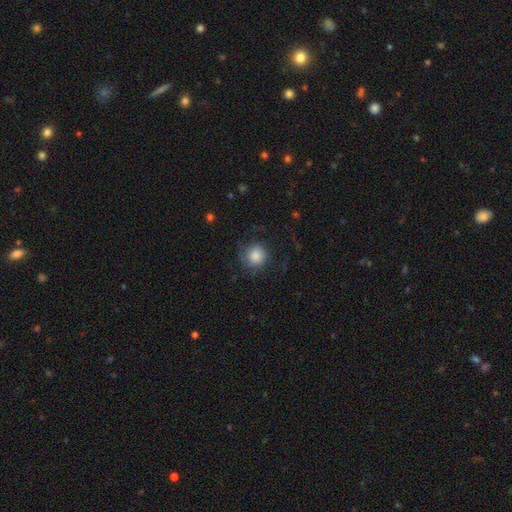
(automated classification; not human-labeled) Smooth or featured: smooth — 76% (featured or disk — 16%)
How rounded: round — 93% (in between — 6%)
Merging: none — 70% (minor disturbance — 16%)